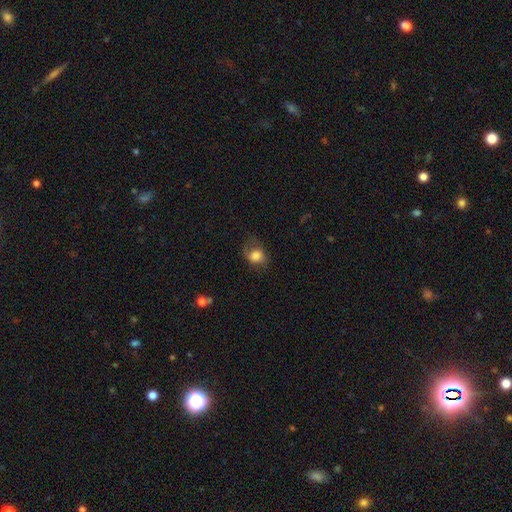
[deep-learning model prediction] smooth 74%, featured or disk 17%, star or artifact 9%. Down the decision tree: how rounded — in between (50%); merging — none (49%).